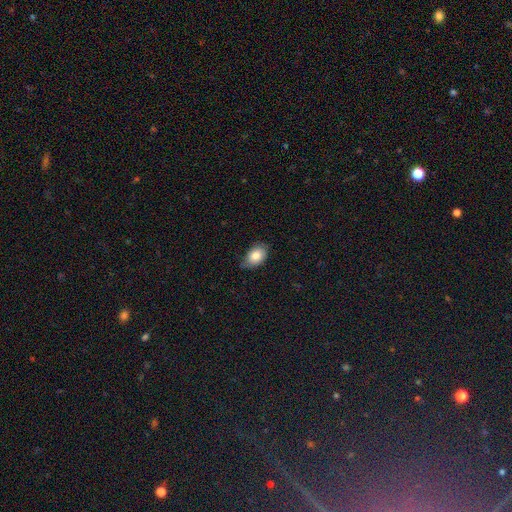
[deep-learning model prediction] Smooth or featured? Predicted: smooth (p=0.82). How rounded? Predicted: in between (p=0.88). Merging? Predicted: none (p=0.64).